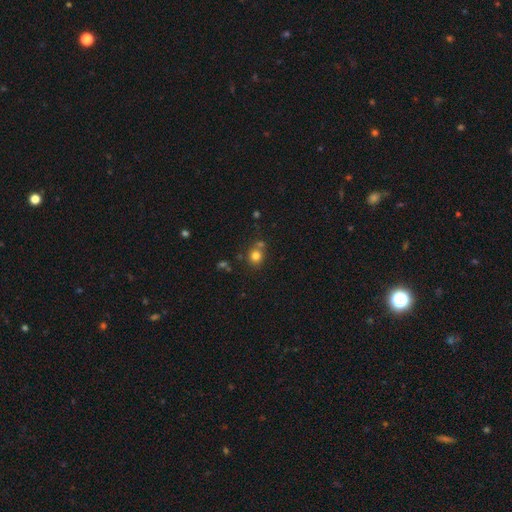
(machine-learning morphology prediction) Smooth or featured?
  - smooth: 78% *
  - star or artifact: 14%
  - featured or disk: 8%
How rounded?
  - round: 82% *
  - in between: 17%
  - cigar-shaped: 1%
Merging?
  - none: 66% *
  - merger: 19%
  - minor disturbance: 11%
  - major disturbance: 4%